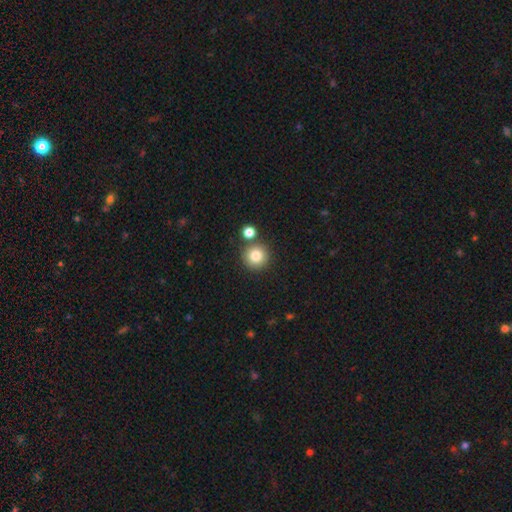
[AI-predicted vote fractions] Overall: smooth (83%). How rounded: round (94%). Merging: none (78%).